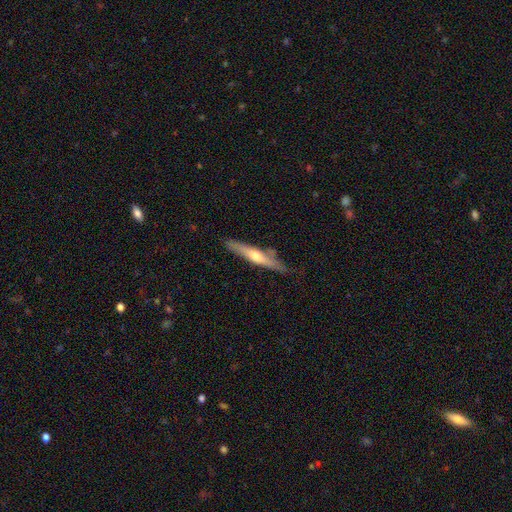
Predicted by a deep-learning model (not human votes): Overall: featured or disk (55%; smooth 39%). Edge-on disk: yes (92%). Edge-on bulge: rounded (81%). Merging: none (77%).